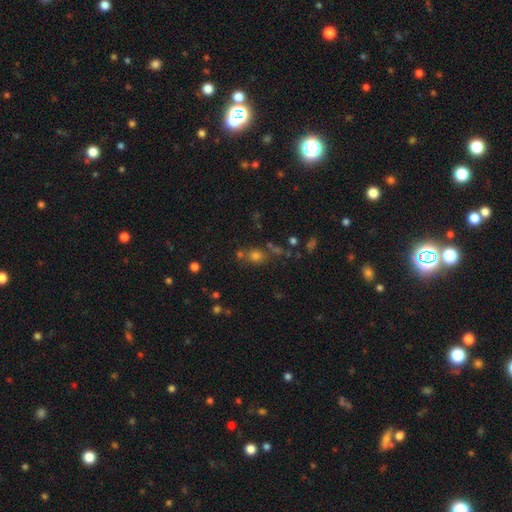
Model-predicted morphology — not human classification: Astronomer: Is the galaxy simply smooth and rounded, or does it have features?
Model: smooth — 67%.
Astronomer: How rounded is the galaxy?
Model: round — 65%.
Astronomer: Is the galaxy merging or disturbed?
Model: none — 62%.